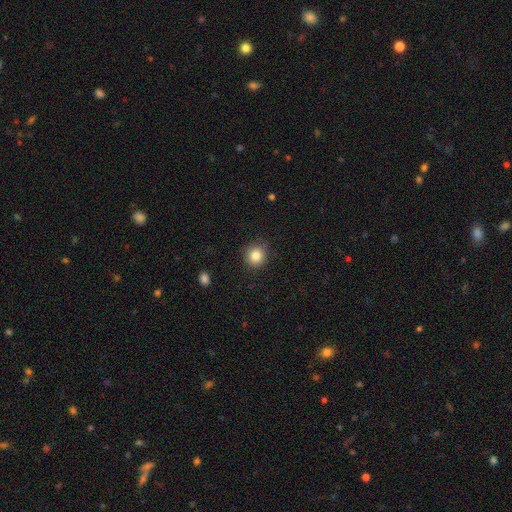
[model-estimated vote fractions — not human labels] Smooth or featured? Predicted: smooth (p=0.85). How rounded? Predicted: round (p=0.90). Merging? Predicted: none (p=0.87).